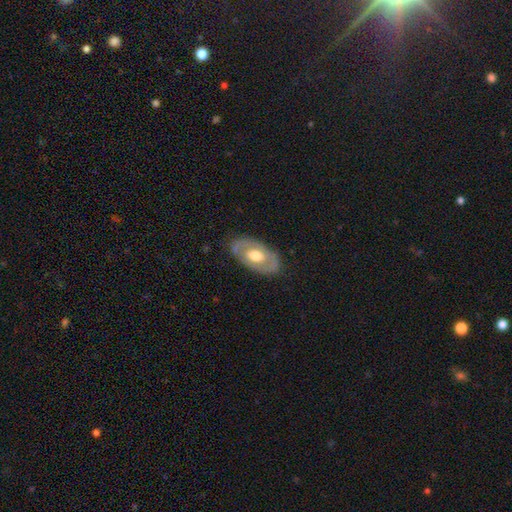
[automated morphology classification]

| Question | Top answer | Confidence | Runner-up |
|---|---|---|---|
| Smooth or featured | featured or disk | 60% | smooth (35%) |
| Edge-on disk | no | 89% | yes (11%) |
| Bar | no | 69% | weak (24%) |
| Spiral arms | no | 61% | yes (39%) |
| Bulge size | moderate | 65% | large (27%) |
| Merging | none | 81% | minor disturbance (13%) |